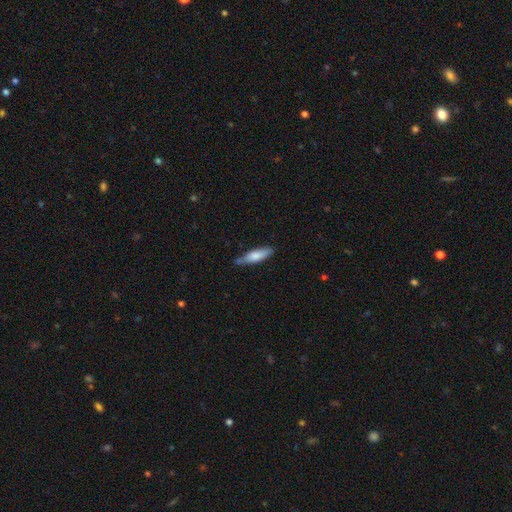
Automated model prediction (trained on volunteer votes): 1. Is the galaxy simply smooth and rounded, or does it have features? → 73% smooth, 21% featured or disk, 6% star or artifact.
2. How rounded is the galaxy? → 64% cigar-shaped, 34% in between, 2% round.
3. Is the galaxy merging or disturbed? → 70% none, 21% minor disturbance, 5% merger, 3% major disturbance.